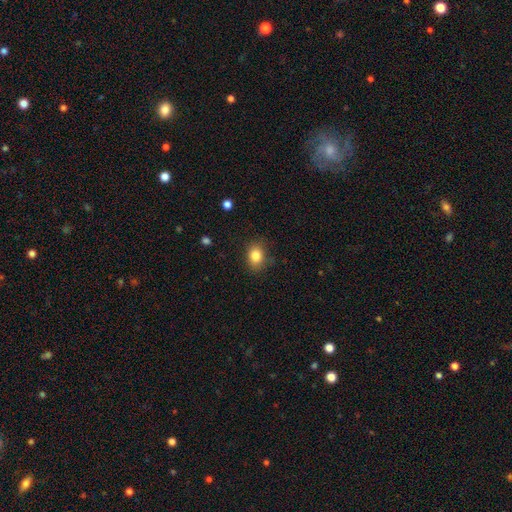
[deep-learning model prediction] This appears to be a smooth galaxy with no disk features (83%) that is in between round and cigar-shaped (63%). Merging: none (82%).